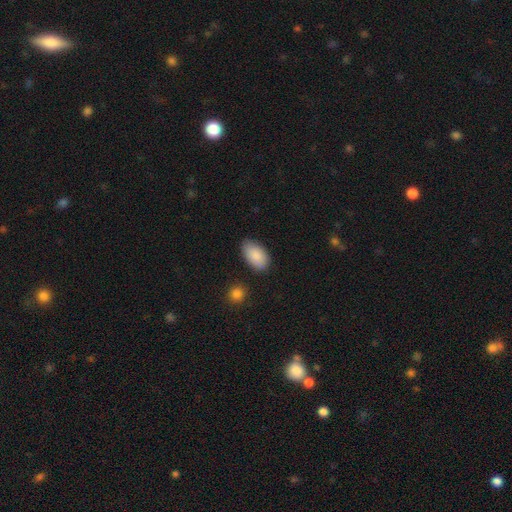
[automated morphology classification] Smooth or featured? Predicted: smooth (p=0.89). How rounded? Predicted: in between (p=0.94). Merging? Predicted: none (p=0.79).